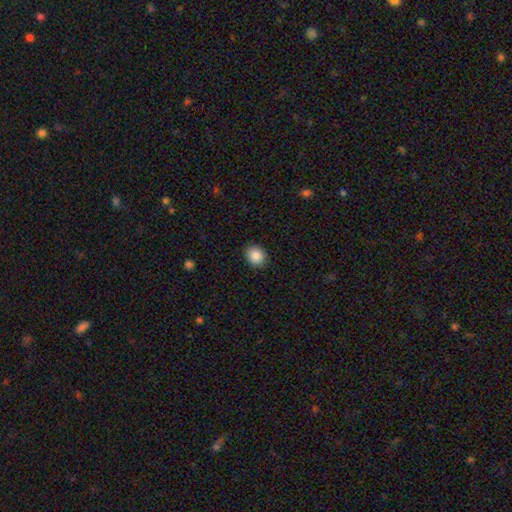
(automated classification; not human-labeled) The model was most divided on "how rounded": round: 64%, in between: 35%, cigar-shaped: 1%. More confident: merging — none (89%); smooth or featured — smooth (88%).